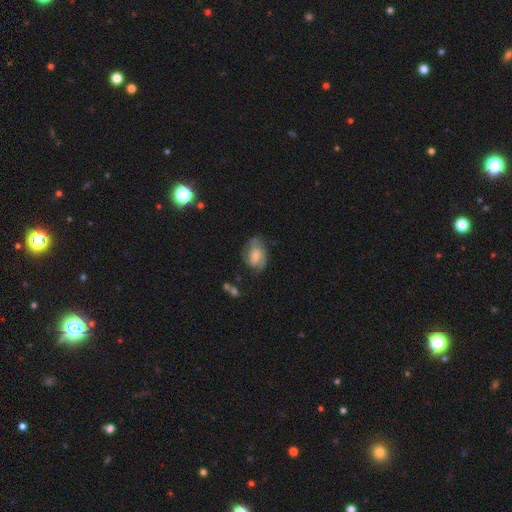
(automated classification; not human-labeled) Smooth or featured: featured or disk — 58% (smooth — 35%)
Edge-on disk: no — 96% (yes — 4%)
Bar: no — 49% (weak — 41%)
Spiral arms: yes — 83% (no — 17%)
Bulge size: moderate — 48% (small — 33%)
Merging: none — 61% (minor disturbance — 25%)